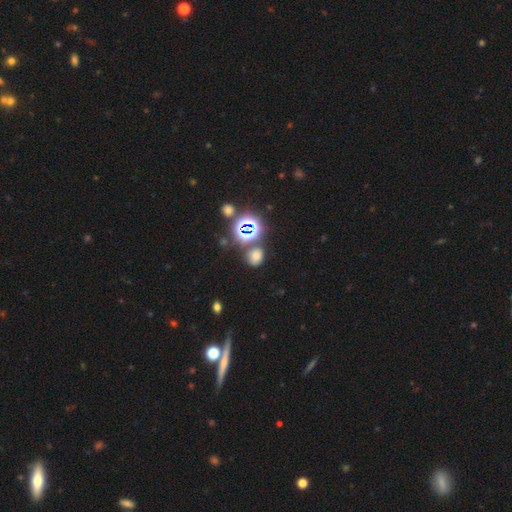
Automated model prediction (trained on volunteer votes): The model was most divided on "how rounded": round: 62%, in between: 36%, cigar-shaped: 1%. More confident: merging — none (72%); smooth or featured — smooth (59%).